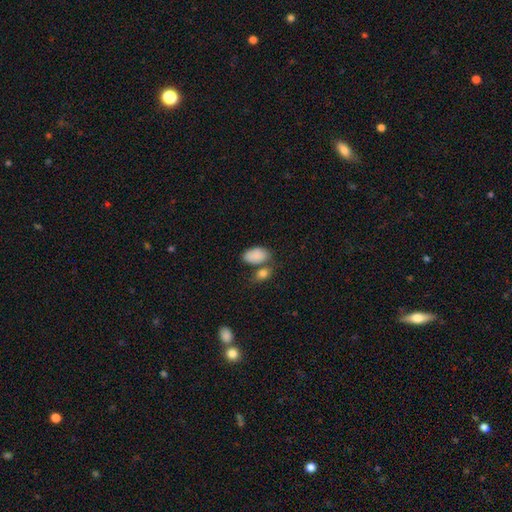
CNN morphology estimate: A smooth galaxy with no disk features (87%) that is in between round and cigar-shaped (93%). Merging: none (49%).